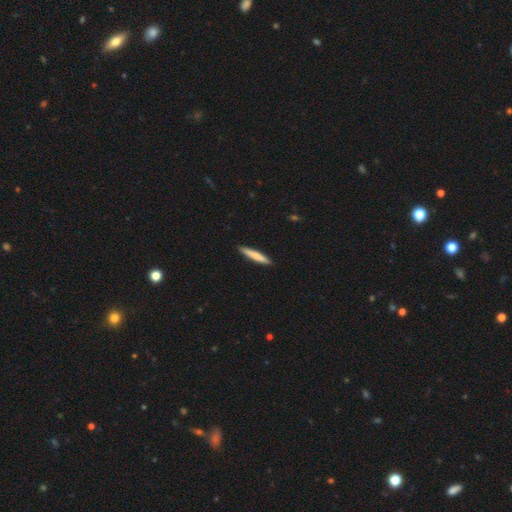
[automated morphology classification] Q: Smooth or featured?
A: smooth (74%); runner-up: featured or disk (21%)
Q: How rounded?
A: cigar-shaped (94%); runner-up: in between (5%)
Q: Merging?
A: none (91%); runner-up: minor disturbance (6%)